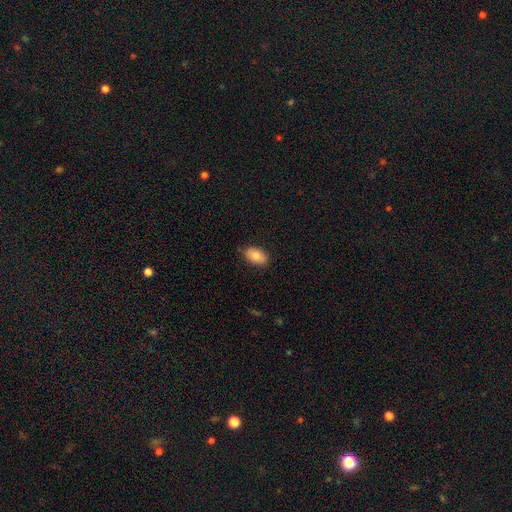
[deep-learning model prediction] Morphology: type=smooth (80%); roundness=in between (89%); merging=none (83%).